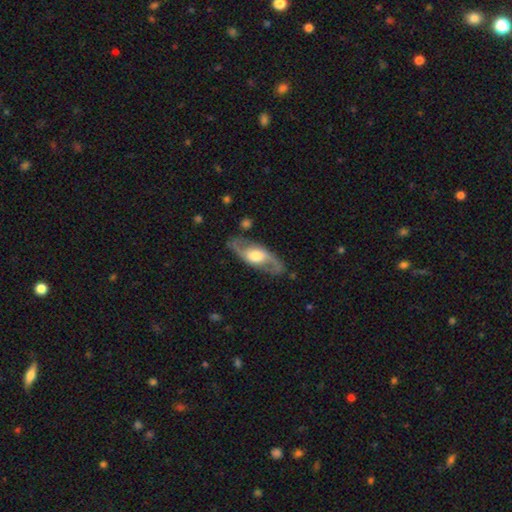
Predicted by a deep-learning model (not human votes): Overall: featured or disk (79%). Edge-on disk: no (87%). Bar: no (53%; weak 35%). Spiral arms: yes (88%). Spiral arm count: 2 (91%). Spiral winding: loose (45%; medium 43%). Bulge size: moderate (54%; large 33%). Merging: none (81%).